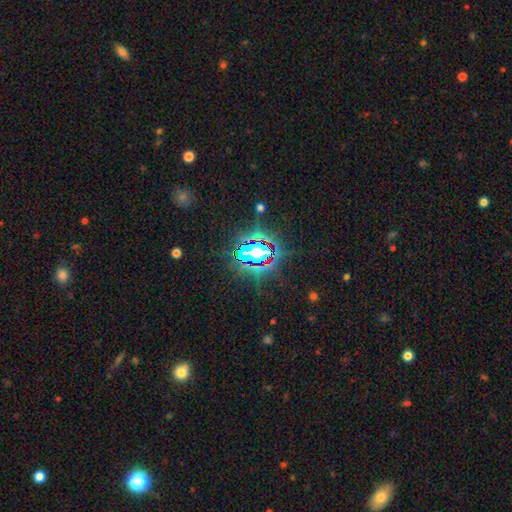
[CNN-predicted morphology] Overall: star or artifact (80%).